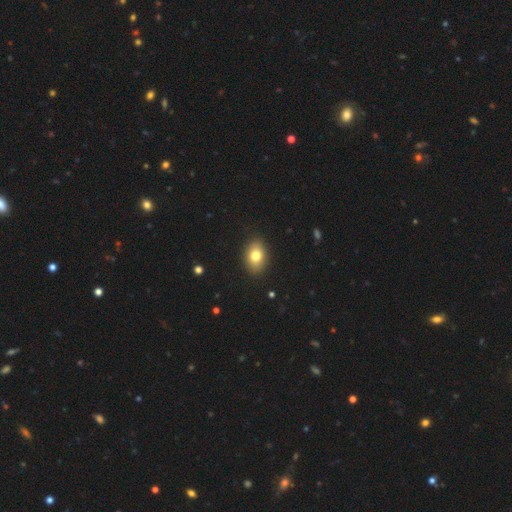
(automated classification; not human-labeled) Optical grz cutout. It shows a smooth galaxy with no disk features (79%) that is in between round and cigar-shaped (80%). Merging: none (89%).